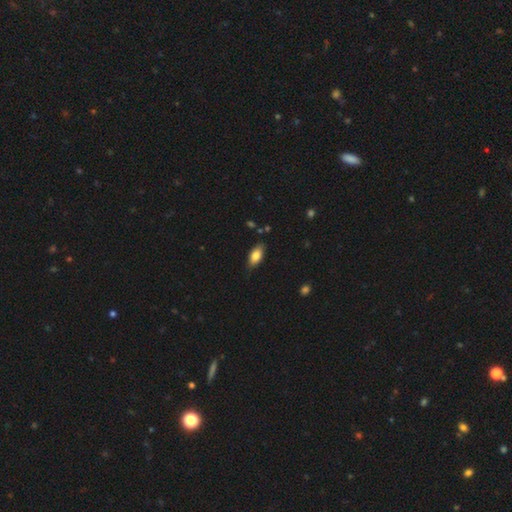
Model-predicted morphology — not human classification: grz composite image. It shows a smooth galaxy with no disk features (81%) that is in between round and cigar-shaped (89%). Merging: none (80%).